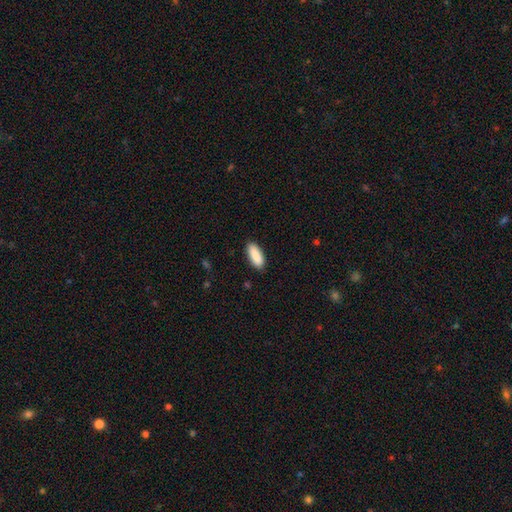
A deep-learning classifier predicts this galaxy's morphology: Smooth or featured?
  - smooth: 89% *
  - star or artifact: 6%
  - featured or disk: 5%
How rounded?
  - in between: 72% *
  - cigar-shaped: 27%
  - round: 2%
Merging?
  - none: 88% *
  - minor disturbance: 9%
  - major disturbance: 2%
  - merger: 1%